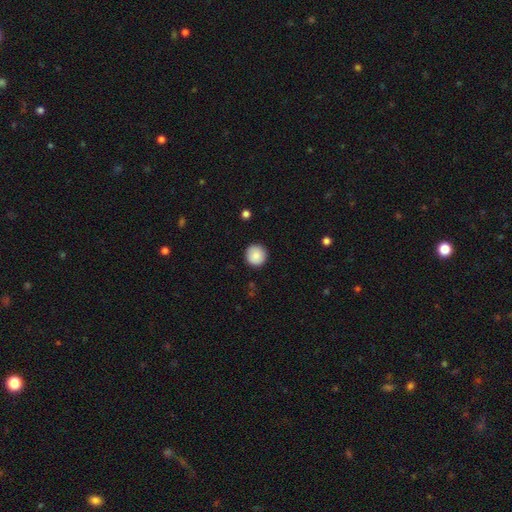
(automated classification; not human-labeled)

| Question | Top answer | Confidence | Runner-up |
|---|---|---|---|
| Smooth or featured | smooth | 88% | star or artifact (7%) |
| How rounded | round | 96% | in between (3%) |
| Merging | none | 91% | minor disturbance (6%) |